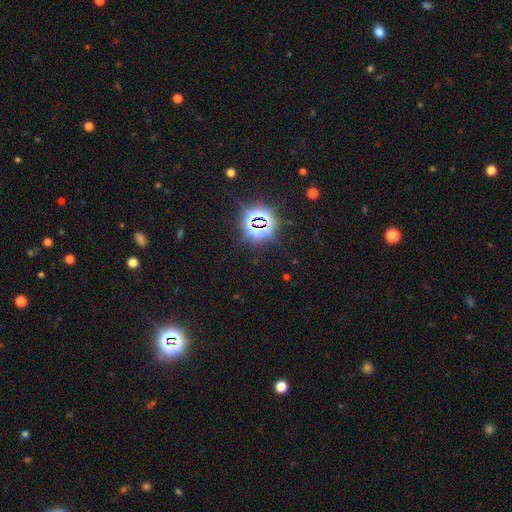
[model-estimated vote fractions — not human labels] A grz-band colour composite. It shows a star or artifact, not a galaxy (80%).